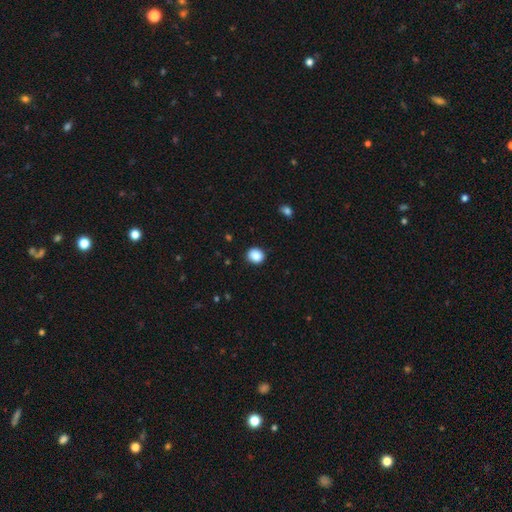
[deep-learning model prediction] Morphology: type=smooth (87%); roundness=round (75%); merging=none (90%).